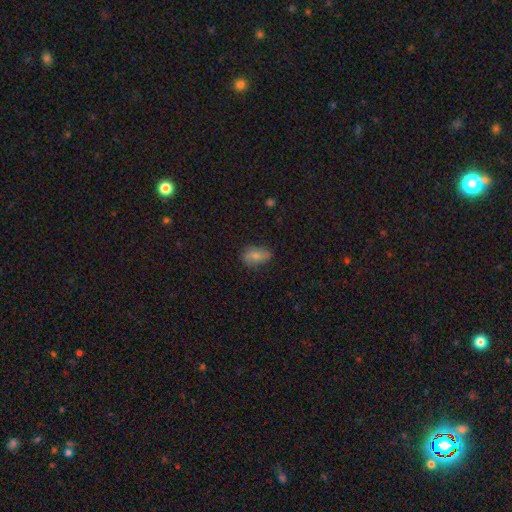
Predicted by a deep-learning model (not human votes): smooth 64%, featured or disk 25%, star or artifact 11%. Down the decision tree: how rounded — in between (83%); merging — none (77%).